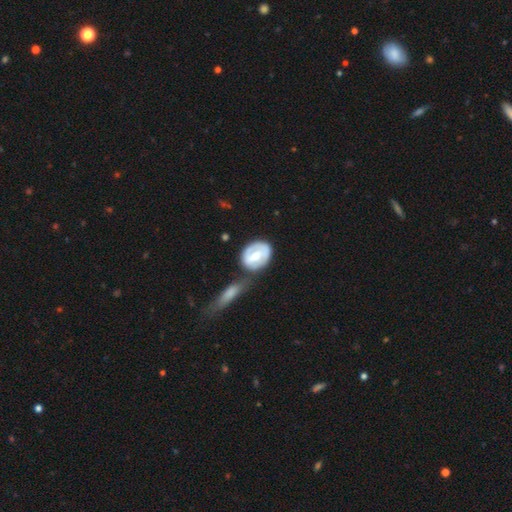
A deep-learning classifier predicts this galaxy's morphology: featured or disk 52%, smooth 43%, star or artifact 5%. Down the decision tree: edge-on disk — no (94%); merging — none (41%).